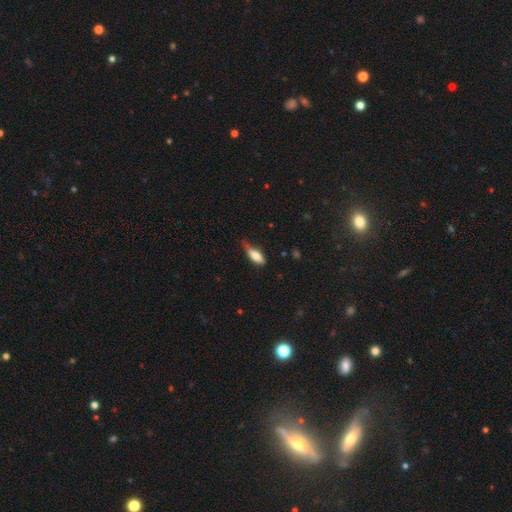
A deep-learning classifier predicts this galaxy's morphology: smooth_or_featured: smooth (p=0.74) [alt: featured or disk p=0.19]
how_rounded: in between (p=0.69) [alt: cigar-shaped p=0.29]
merging: none (p=0.43) [alt: minor disturbance p=0.42]